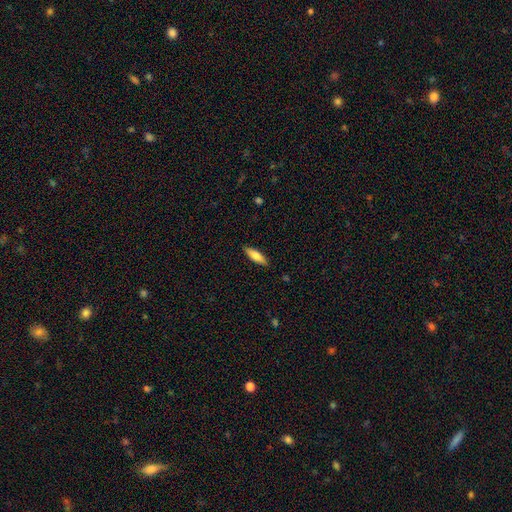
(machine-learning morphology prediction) type=smooth (80%); roundness=cigar-shaped (52%); merging=none (88%).